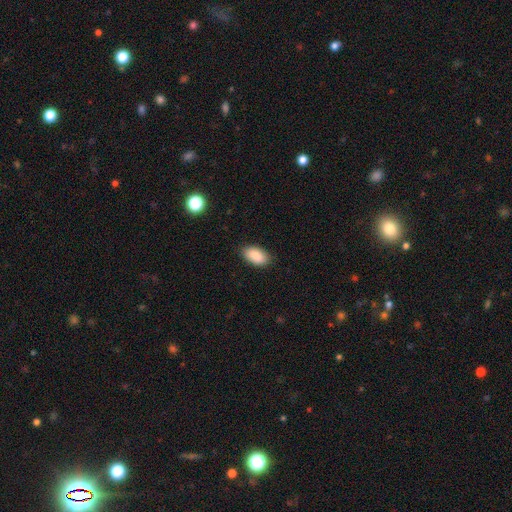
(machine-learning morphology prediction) type=smooth (89%); roundness=in between (94%); merging=none (86%).